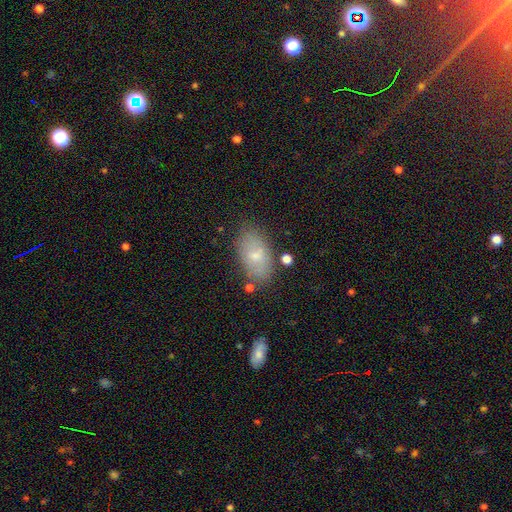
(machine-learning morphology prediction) Overall: smooth (68%). How rounded: in between (92%). Merging: none (74%).